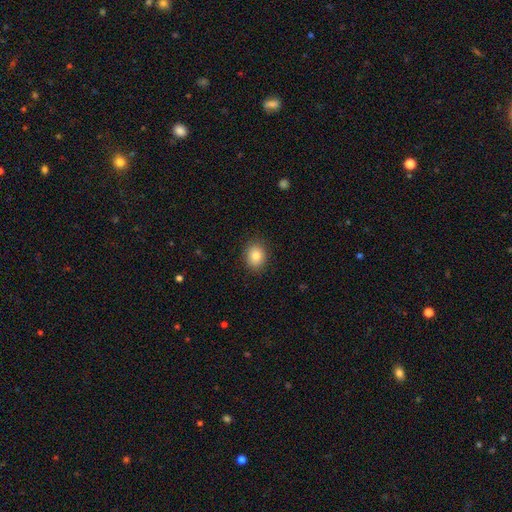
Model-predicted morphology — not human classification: This appears to be a smooth galaxy with no disk features (84%) that is round (62%). Merging: none (88%).